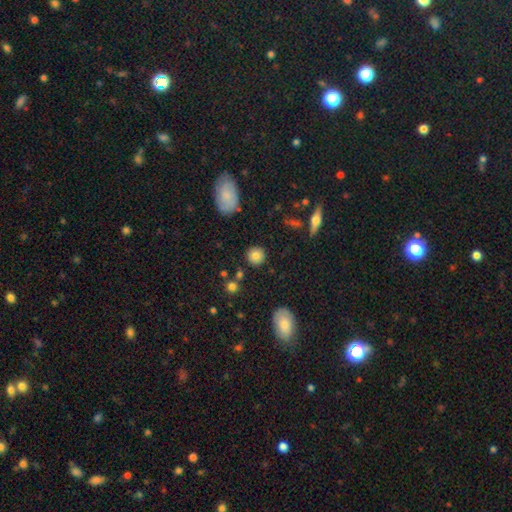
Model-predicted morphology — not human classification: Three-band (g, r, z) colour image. It shows a smooth galaxy with no disk features (81%) that is round (93%). Merging: none (88%).